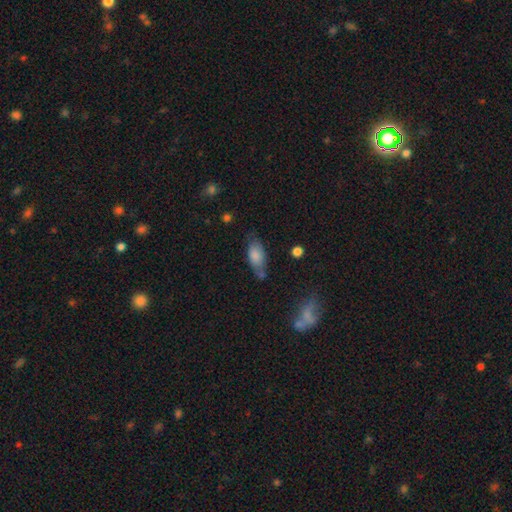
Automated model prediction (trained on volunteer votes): A smooth galaxy with no disk features (81%) that is in between round and cigar-shaped (87%). Merging: none (55%).